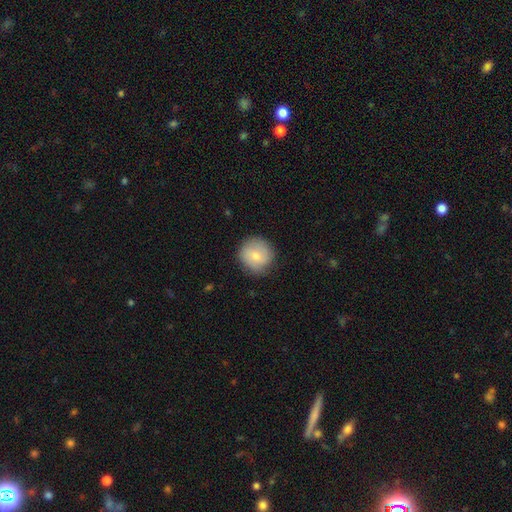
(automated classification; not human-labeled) Morphology: type=smooth (76%); roundness=round (92%); merging=none (80%).